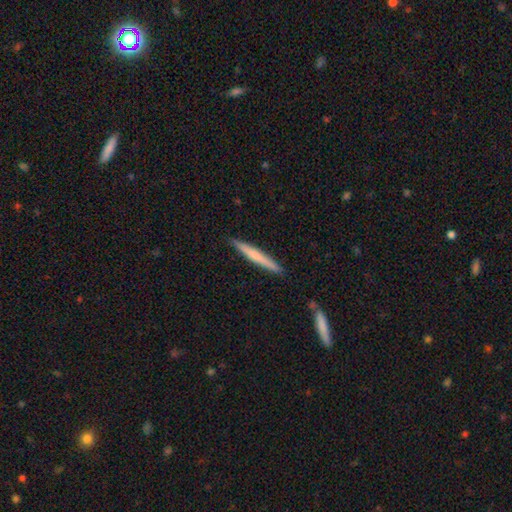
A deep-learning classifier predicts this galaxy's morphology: type=smooth (58%); roundness=cigar-shaped (96%); merging=none (90%).